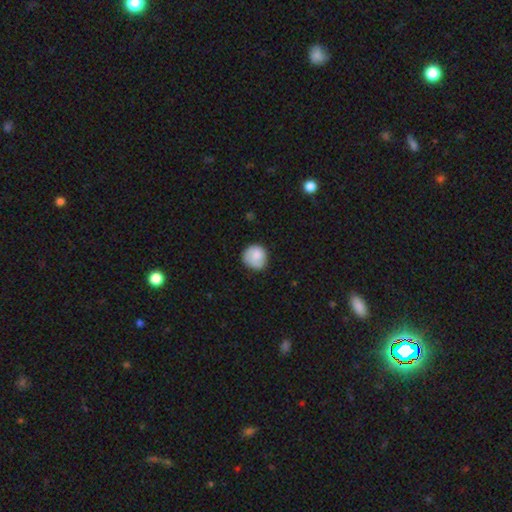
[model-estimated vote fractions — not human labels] The model was most divided on "merging": none: 72%, minor disturbance: 22%, major disturbance: 5%, merger: 2%. More confident: how rounded — round (88%); smooth or featured — smooth (78%).